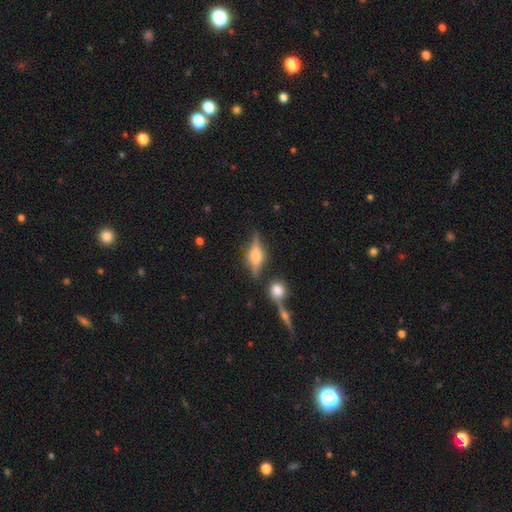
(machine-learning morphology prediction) Overall: featured or disk (70%). Edge-on disk: yes (95%). Edge-on bulge: rounded (91%). Merging: none (78%).